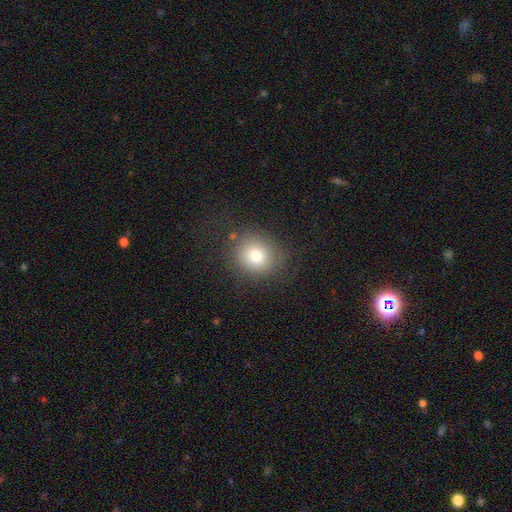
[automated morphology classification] smooth 77%, star or artifact 12%, featured or disk 11%. Down the decision tree: how rounded — round (79%); merging — none (78%).